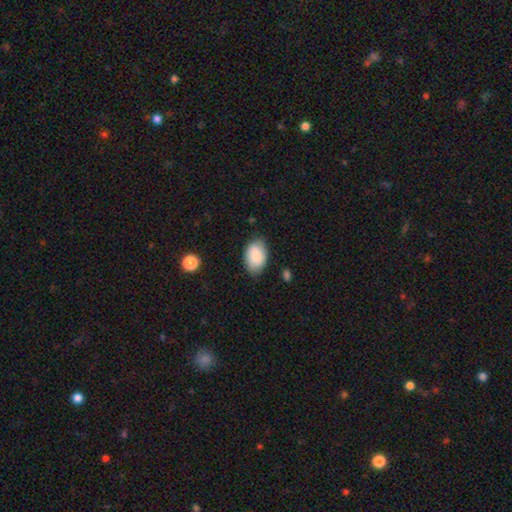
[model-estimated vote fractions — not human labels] Q: Smooth or featured?
A: smooth (82%); runner-up: featured or disk (11%)
Q: How rounded?
A: in between (90%); runner-up: round (9%)
Q: Merging?
A: none (77%); runner-up: minor disturbance (18%)